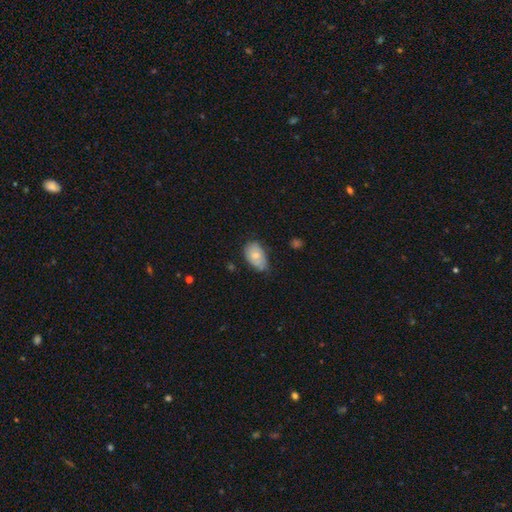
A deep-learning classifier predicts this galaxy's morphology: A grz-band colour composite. It shows a smooth galaxy with no disk features (60%) that is in between round and cigar-shaped (90%). Merging: none (57%).